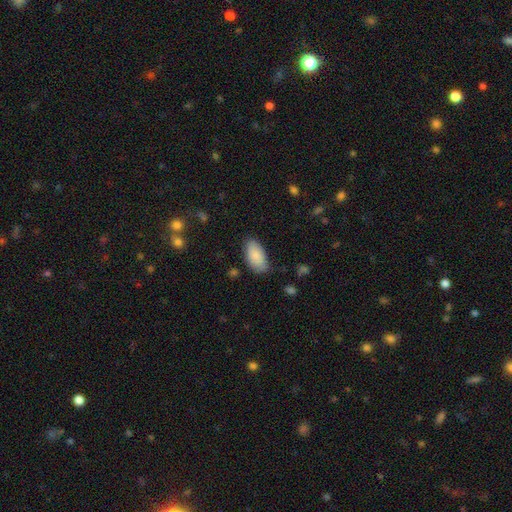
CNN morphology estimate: Smooth or featured? Predicted: smooth (p=0.85). How rounded? Predicted: in between (p=0.94). Merging? Predicted: none (p=0.72).